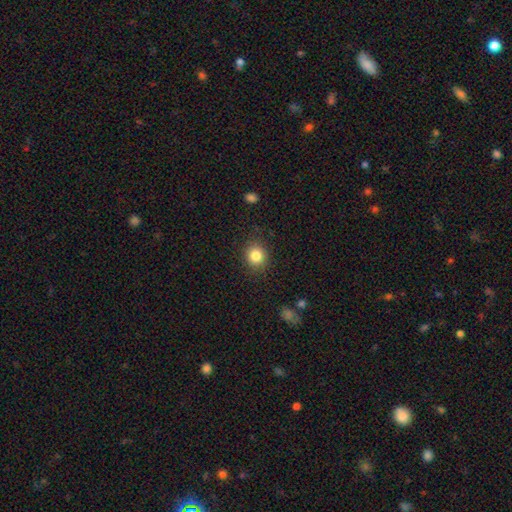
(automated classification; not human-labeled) A smooth galaxy with no disk features (84%) that is round (82%). Merging: none (87%).